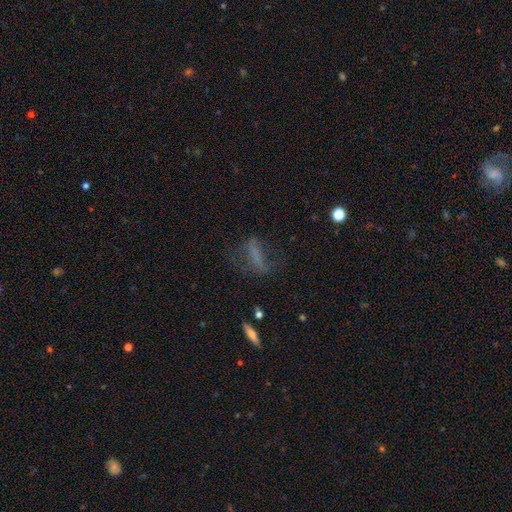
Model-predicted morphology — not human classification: A smooth galaxy with no disk features (45%). Merging: none (46%).